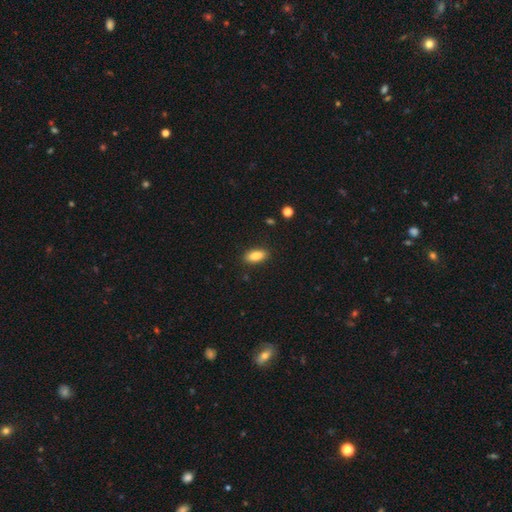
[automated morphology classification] smooth 85%, featured or disk 7%, star or artifact 7%. Down the decision tree: how rounded — in between (86%); merging — none (88%).